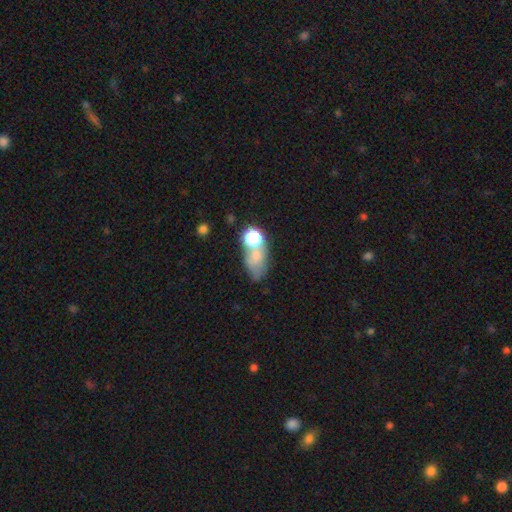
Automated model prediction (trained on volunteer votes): A smooth galaxy with no disk features (61%) that is in between round and cigar-shaped (74%). Merging: none (35%).